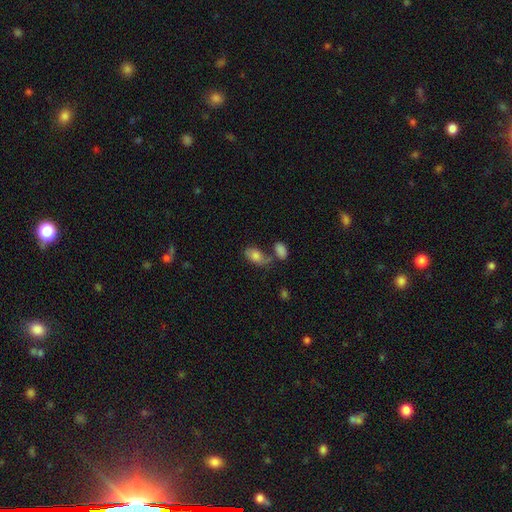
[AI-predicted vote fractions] Smooth or featured? smooth (77%)
How rounded? in between (92%)
Merging? none (45%)